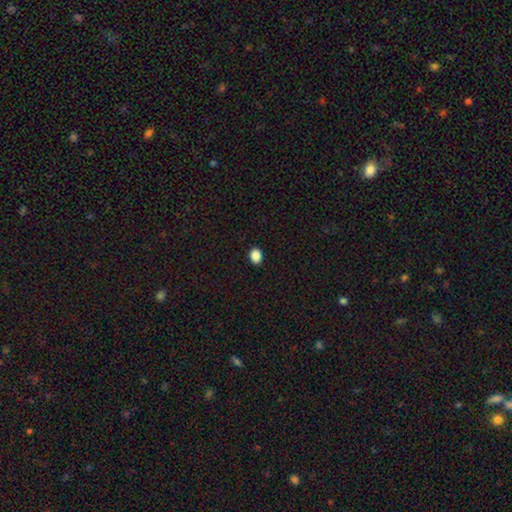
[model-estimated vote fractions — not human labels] A smooth galaxy with no disk features (87%) that is in between round and cigar-shaped (59%).

Vote fractions:
- Smooth or featured? smooth: 87% / star or artifact: 10% / featured or disk: 3%
- How rounded? in between: 59% / round: 41% / cigar-shaped: 1%
- Merging? none: 90% / minor disturbance: 7% / major disturbance: 2% / merger: 1%